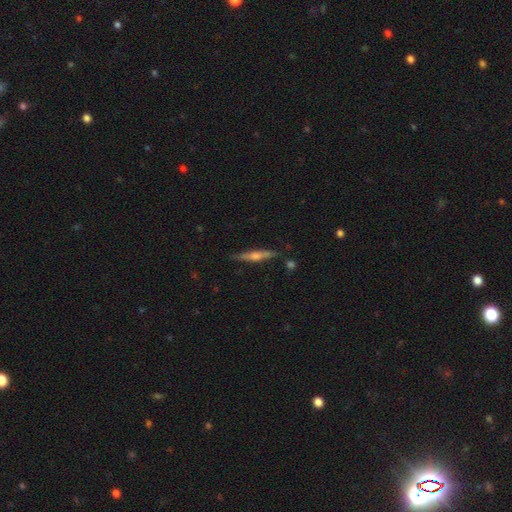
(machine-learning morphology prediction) This appears to be a featured or disk galaxy (74%) viewed edge-on (97%) with a rounded central bulge (81%). Merging: none (86%).